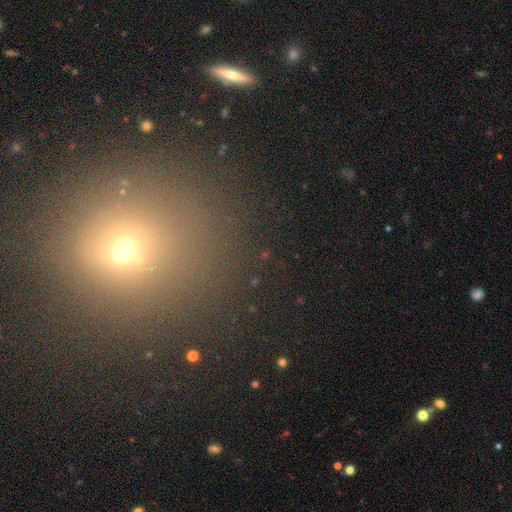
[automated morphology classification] star or artifact 48%, smooth 41%, featured or disk 11%.